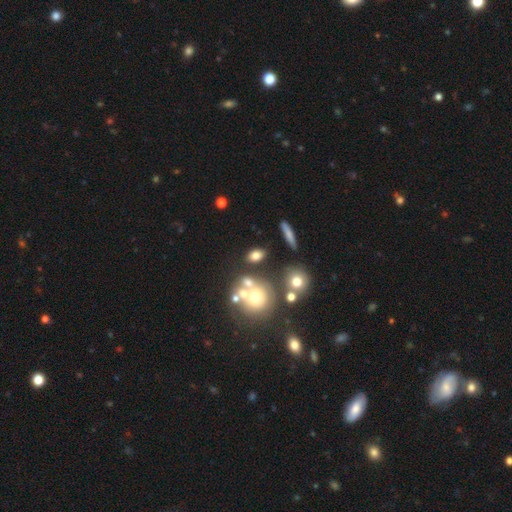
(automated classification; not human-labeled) The model was most divided on "how rounded": in between: 69%, round: 27%, cigar-shaped: 4%. More confident: smooth or featured — smooth (68%); merging — none (63%).